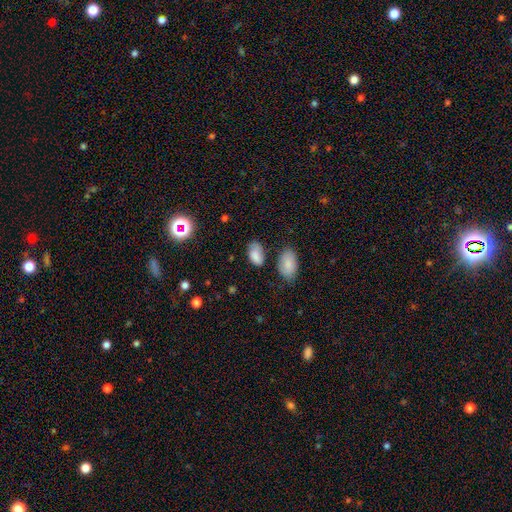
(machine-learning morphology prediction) Smooth or featured? smooth (82%)
How rounded? in between (93%)
Merging? none (61%)